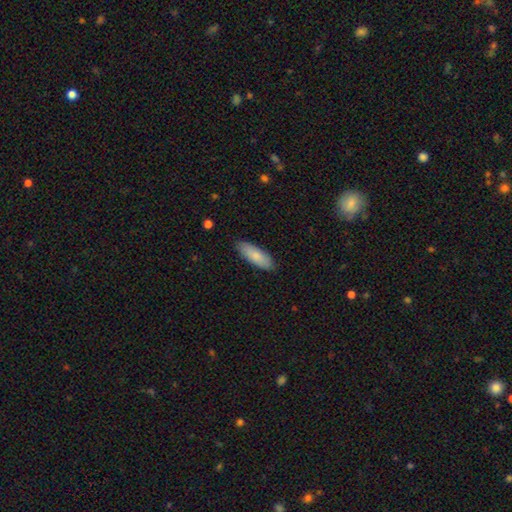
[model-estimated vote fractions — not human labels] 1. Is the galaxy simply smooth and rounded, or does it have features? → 83% smooth, 11% featured or disk, 5% star or artifact.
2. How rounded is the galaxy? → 67% in between, 32% cigar-shaped, 2% round.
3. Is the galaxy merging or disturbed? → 85% none, 12% minor disturbance, 2% major disturbance, 1% merger.